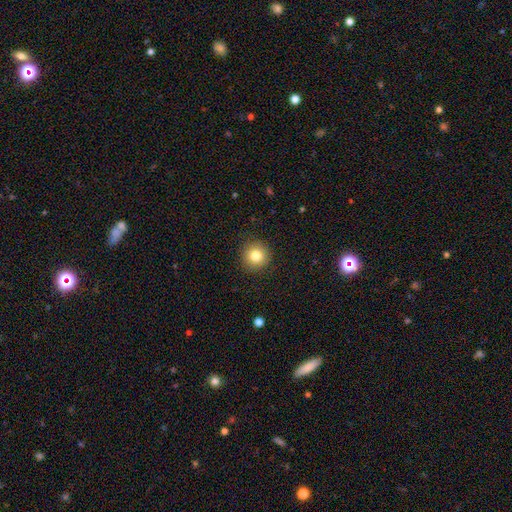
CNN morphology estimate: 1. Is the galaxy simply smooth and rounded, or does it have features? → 82% smooth, 10% star or artifact, 8% featured or disk.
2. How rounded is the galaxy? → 94% round, 5% in between, 1% cigar-shaped.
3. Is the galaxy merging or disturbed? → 91% none, 6% minor disturbance, 2% major disturbance, 1% merger.